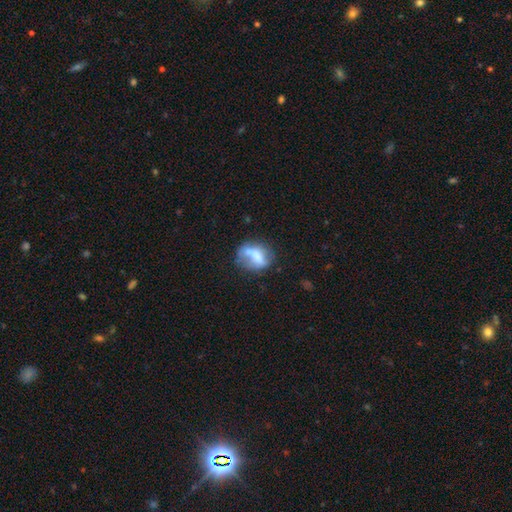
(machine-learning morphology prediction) type=smooth (49%); merging=none (44%).